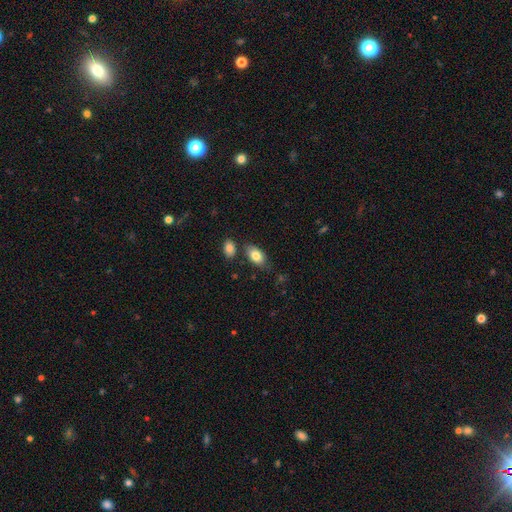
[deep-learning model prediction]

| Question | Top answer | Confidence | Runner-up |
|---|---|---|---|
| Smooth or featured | smooth | 82% | featured or disk (11%) |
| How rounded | in between | 92% | round (6%) |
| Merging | none | 73% | minor disturbance (14%) |